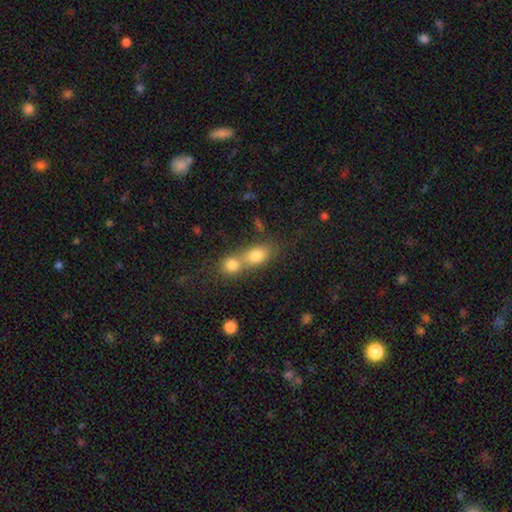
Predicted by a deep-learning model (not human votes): This appears to be a smooth galaxy with no disk features (77%) that is in between round and cigar-shaped (60%). Merging: merger (66%).